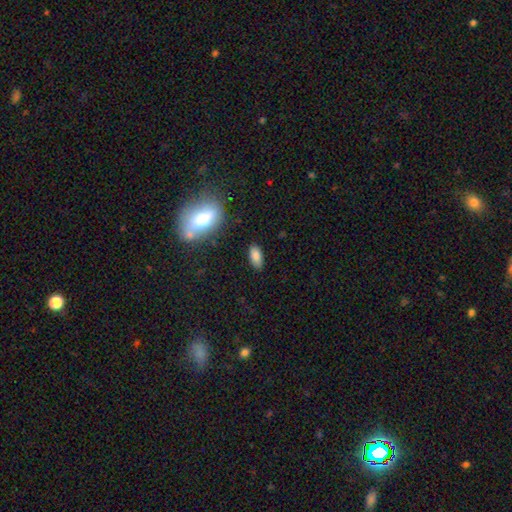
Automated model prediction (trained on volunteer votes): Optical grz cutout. It shows a smooth galaxy with no disk features (84%) that is in between round and cigar-shaped (86%). Merging: none (84%).